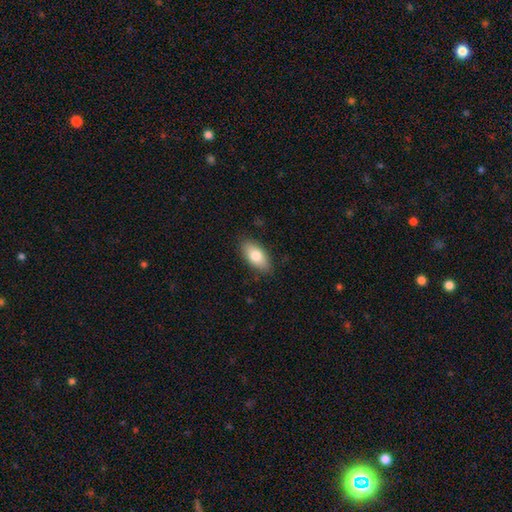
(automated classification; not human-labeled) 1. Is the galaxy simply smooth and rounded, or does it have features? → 78% smooth, 16% featured or disk, 7% star or artifact.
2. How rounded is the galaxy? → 89% in between, 8% cigar-shaped, 3% round.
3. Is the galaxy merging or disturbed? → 85% none, 11% minor disturbance, 2% major disturbance, 1% merger.